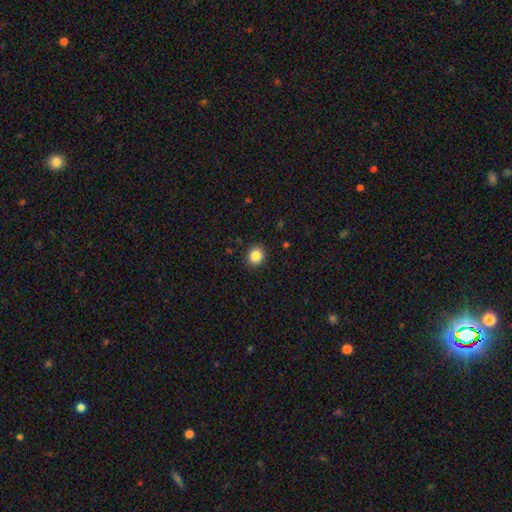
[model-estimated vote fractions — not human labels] This is clearly a smooth galaxy (86%). How rounded: likely round (74%). Merging: clearly none (91%).